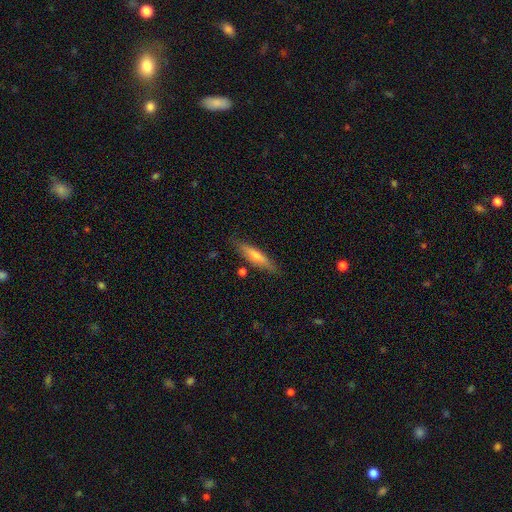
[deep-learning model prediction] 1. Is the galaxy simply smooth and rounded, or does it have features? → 52% smooth, 42% featured or disk, 6% star or artifact.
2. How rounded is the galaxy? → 85% cigar-shaped, 14% in between, 2% round.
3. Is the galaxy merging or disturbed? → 84% none, 11% minor disturbance, 3% merger, 2% major disturbance.